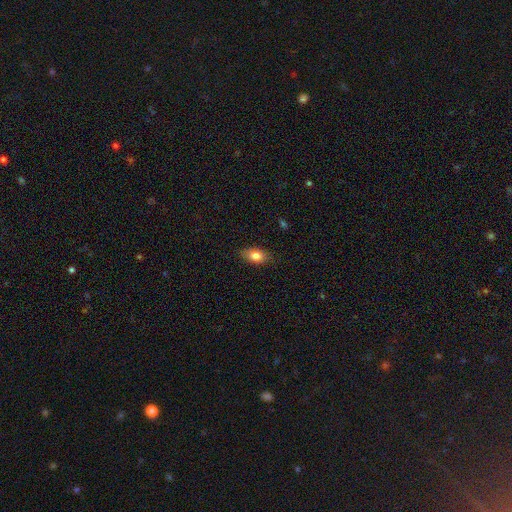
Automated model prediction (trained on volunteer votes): smooth_or_featured: smooth (p=0.82) [alt: featured or disk p=0.10]
how_rounded: in between (p=0.87) [alt: round p=0.08]
merging: none (p=0.84) [alt: minor disturbance p=0.13]